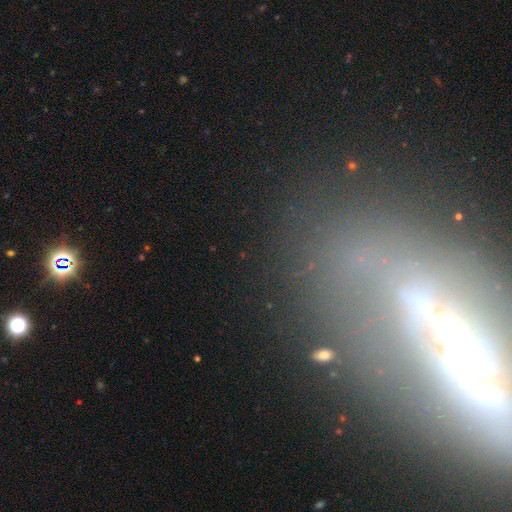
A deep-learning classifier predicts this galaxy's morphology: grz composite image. It shows a featured or disk galaxy (57%). Merging: none (60%).